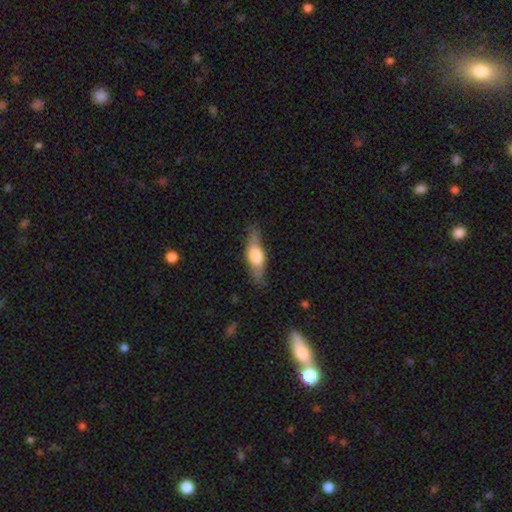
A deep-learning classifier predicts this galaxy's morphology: smooth-or-featured: featured or disk: 48% | smooth: 46% | star or artifact: 6%
  merging: none: 75% | minor disturbance: 18% | major disturbance: 5% | merger: 1%